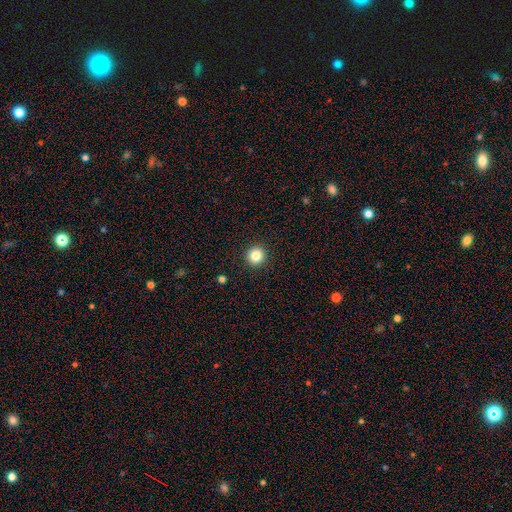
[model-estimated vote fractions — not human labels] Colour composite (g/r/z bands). It shows a smooth galaxy with no disk features (84%) that is round (95%). Merging: none (93%).